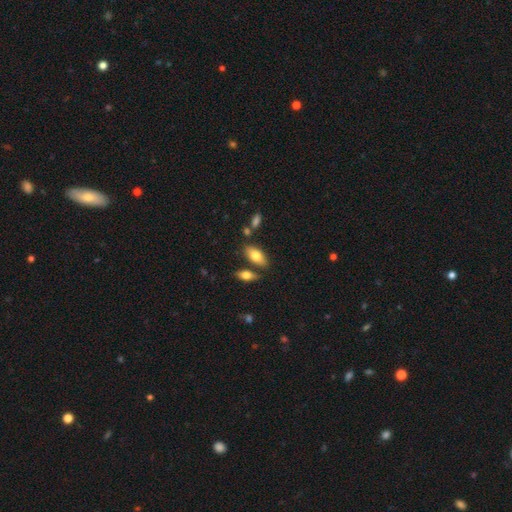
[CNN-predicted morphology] A smooth galaxy with no disk features (78%) that is in between round and cigar-shaped (89%). Merging: none (71%).